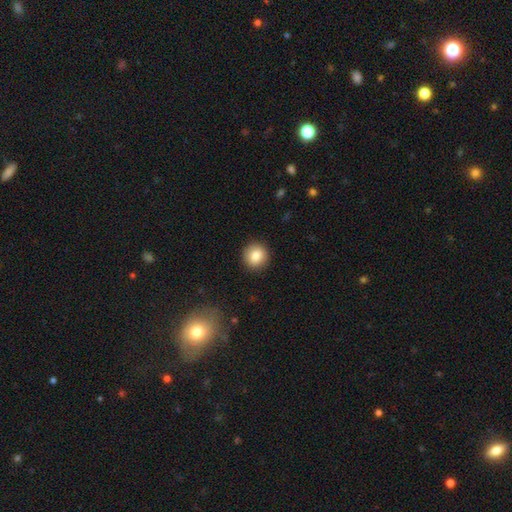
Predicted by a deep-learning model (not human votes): Smooth or featured?
  - smooth: 84% *
  - star or artifact: 9%
  - featured or disk: 7%
How rounded?
  - round: 91% *
  - in between: 8%
  - cigar-shaped: 1%
Merging?
  - none: 91% *
  - minor disturbance: 6%
  - major disturbance: 2%
  - merger: 1%